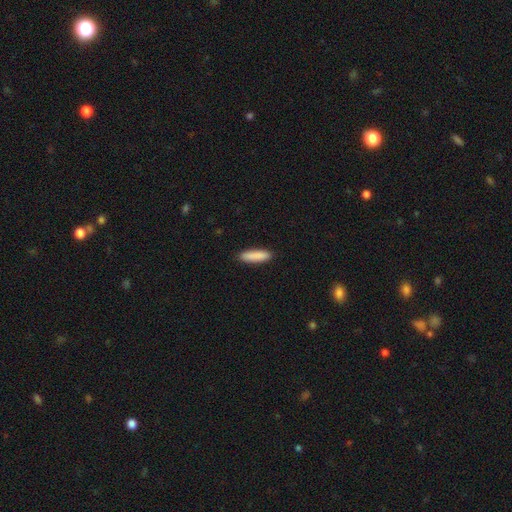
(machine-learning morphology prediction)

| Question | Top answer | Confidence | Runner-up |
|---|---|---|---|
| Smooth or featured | smooth | 89% | star or artifact (6%) |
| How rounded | cigar-shaped | 71% | in between (28%) |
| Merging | none | 90% | minor disturbance (7%) |